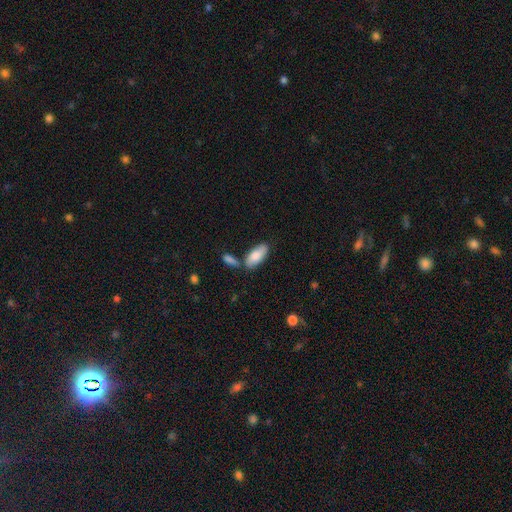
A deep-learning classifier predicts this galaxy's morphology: Smooth or featured?
  - smooth: 81% *
  - featured or disk: 13%
  - star or artifact: 6%
How rounded?
  - in between: 87% *
  - cigar-shaped: 11%
  - round: 2%
Merging?
  - none: 64% *
  - merger: 16%
  - minor disturbance: 16%
  - major disturbance: 4%